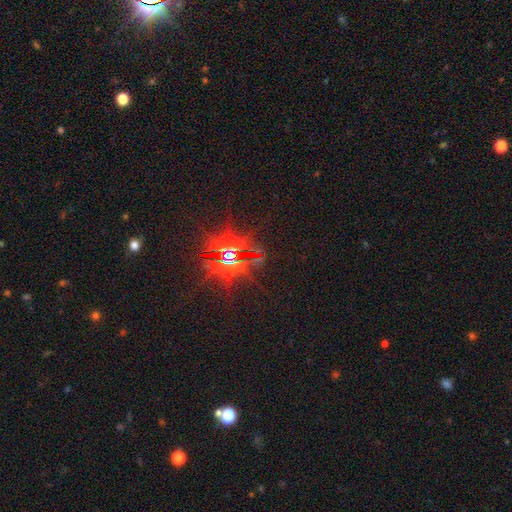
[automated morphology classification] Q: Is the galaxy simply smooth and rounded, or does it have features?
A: star or artifact — 83%.